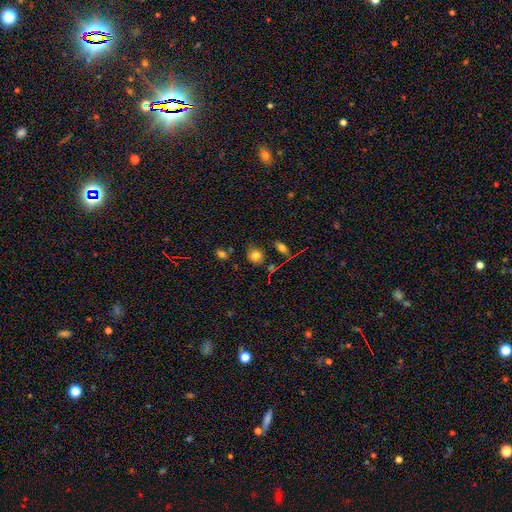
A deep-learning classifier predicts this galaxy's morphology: smooth_or_featured: smooth (p=0.79) [alt: star or artifact p=0.11]
how_rounded: round (p=0.69) [alt: in between p=0.29]
merging: none (p=0.73) [alt: minor disturbance p=0.16]